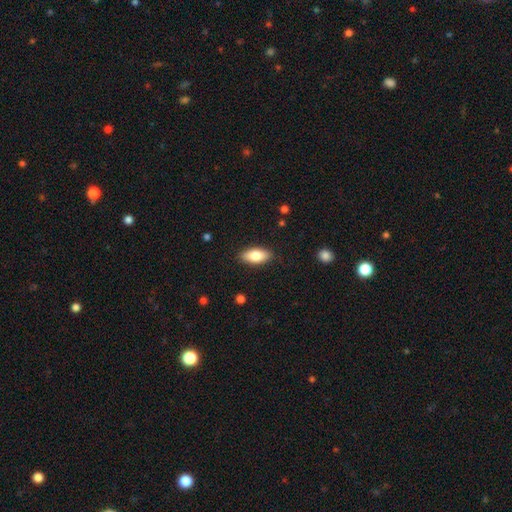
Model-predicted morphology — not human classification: This is clearly a smooth galaxy (80%). How rounded: clearly in between (88%). Merging: clearly none (88%).